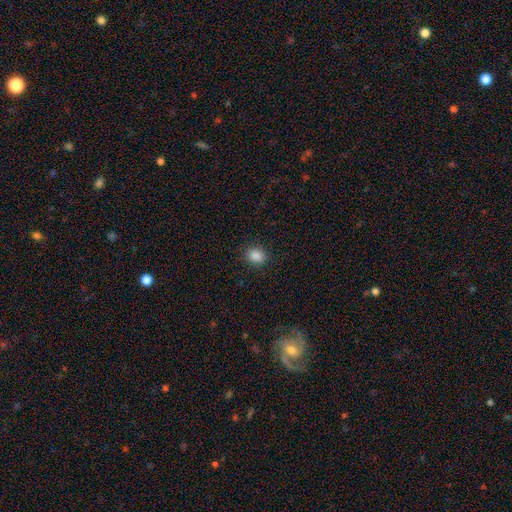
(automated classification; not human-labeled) smooth 86%, star or artifact 10%, featured or disk 3%. Down the decision tree: how rounded — round (55%); merging — none (88%).